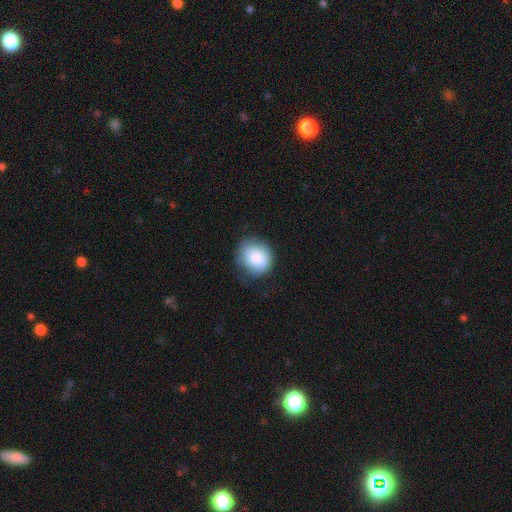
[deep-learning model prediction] Smooth or featured?
  - smooth: 77% *
  - featured or disk: 16%
  - star or artifact: 7%
How rounded?
  - round: 78% *
  - in between: 21%
  - cigar-shaped: 1%
Merging?
  - none: 70% *
  - minor disturbance: 22%
  - major disturbance: 6%
  - merger: 1%